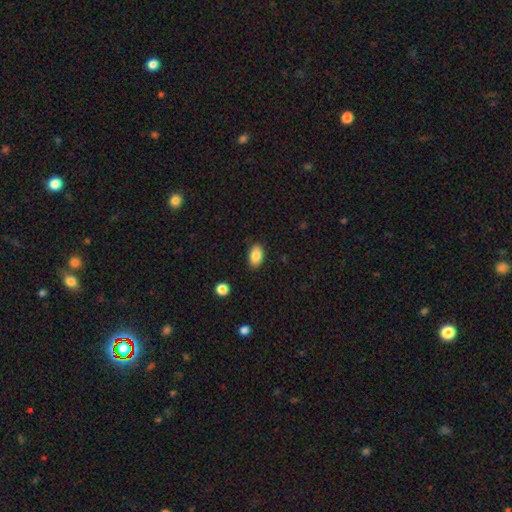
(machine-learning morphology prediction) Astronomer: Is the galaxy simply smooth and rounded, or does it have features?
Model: smooth — 86%.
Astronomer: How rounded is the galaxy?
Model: in between — 91%.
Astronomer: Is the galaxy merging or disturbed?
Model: none — 86%.